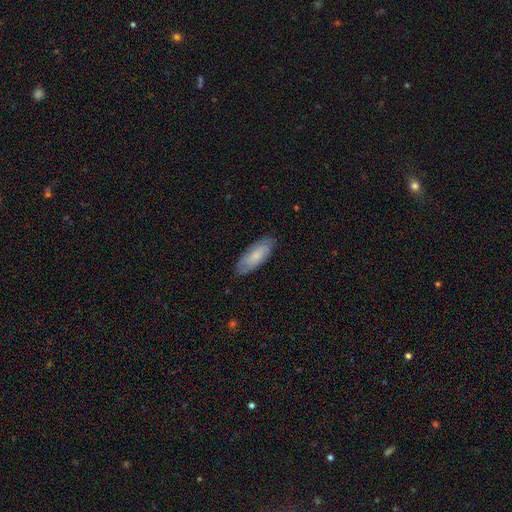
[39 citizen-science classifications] Overall: smooth (64%; featured or disk 33%). How rounded: in between (76%). Merging: none (74%).